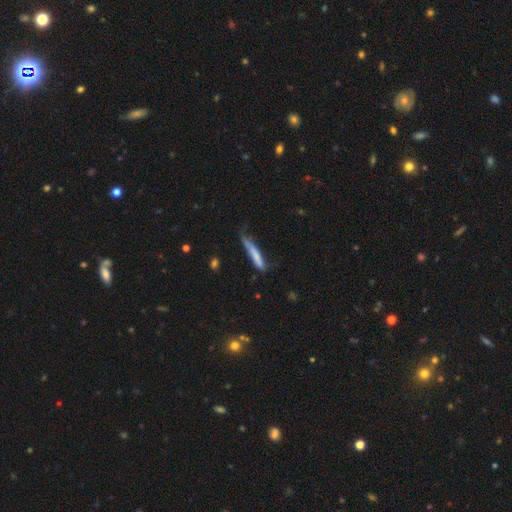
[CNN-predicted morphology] smooth_or_featured: smooth (p=0.73) [alt: featured or disk p=0.20]
how_rounded: cigar-shaped (p=0.93) [alt: in between p=0.06]
merging: none (p=0.48) [alt: minor disturbance p=0.35]